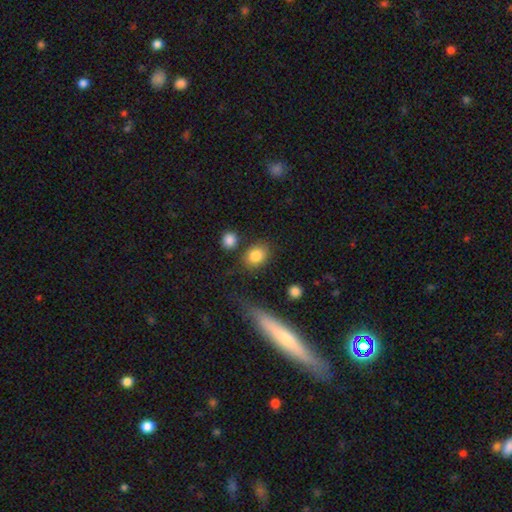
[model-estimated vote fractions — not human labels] Q: Smooth or featured?
A: smooth (84%); runner-up: star or artifact (9%)
Q: How rounded?
A: in between (51%); runner-up: round (47%)
Q: Merging?
A: none (75%); runner-up: minor disturbance (12%)